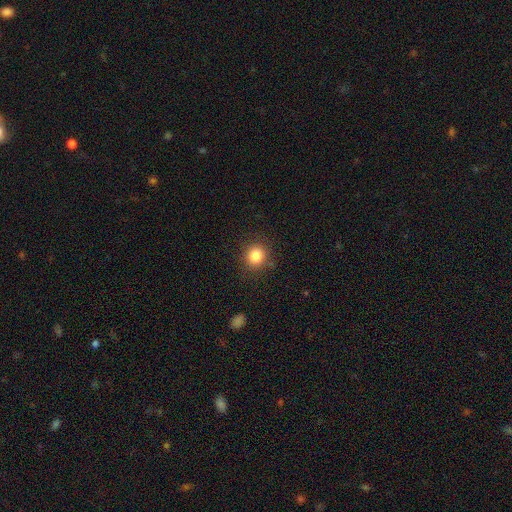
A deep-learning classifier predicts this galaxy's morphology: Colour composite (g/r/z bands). It shows a smooth galaxy with no disk features (83%) that is round (82%). Merging: none (87%).